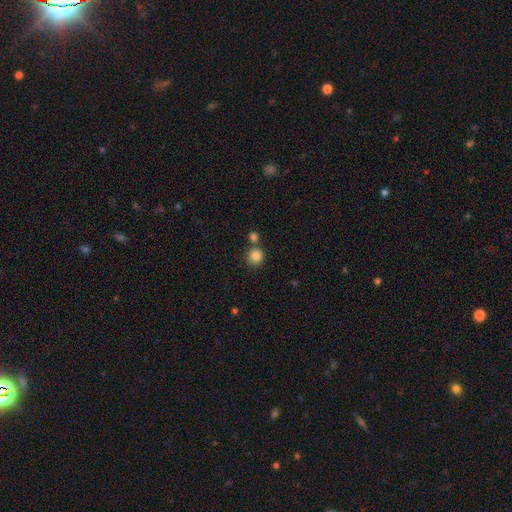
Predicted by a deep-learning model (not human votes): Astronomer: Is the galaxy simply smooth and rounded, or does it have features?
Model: smooth — 84%.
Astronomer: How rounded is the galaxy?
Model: round — 93%.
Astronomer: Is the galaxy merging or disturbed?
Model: none — 72%.